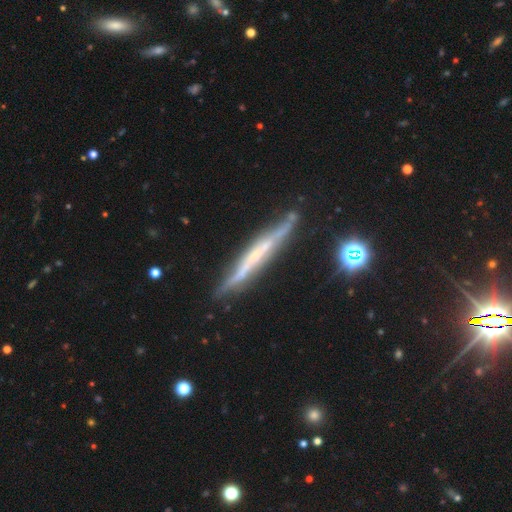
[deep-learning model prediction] A featured or disk galaxy (73%) viewed edge-on (92%) with no central bulge (65%). Merging: none (77%).